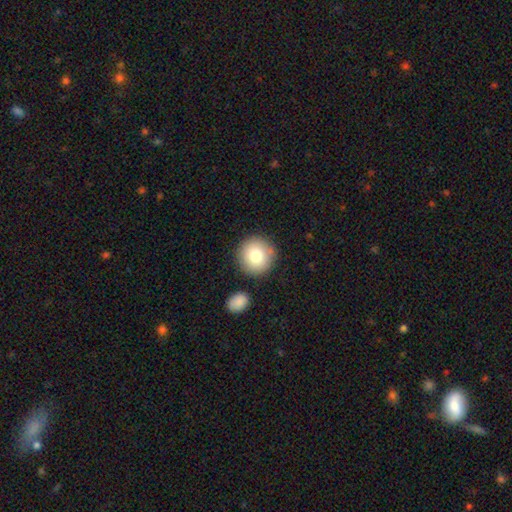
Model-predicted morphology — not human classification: smooth_or_featured: smooth (p=0.79) [alt: featured or disk p=0.12]
how_rounded: round (p=0.94) [alt: in between p=0.05]
merging: none (p=0.83) [alt: minor disturbance p=0.08]